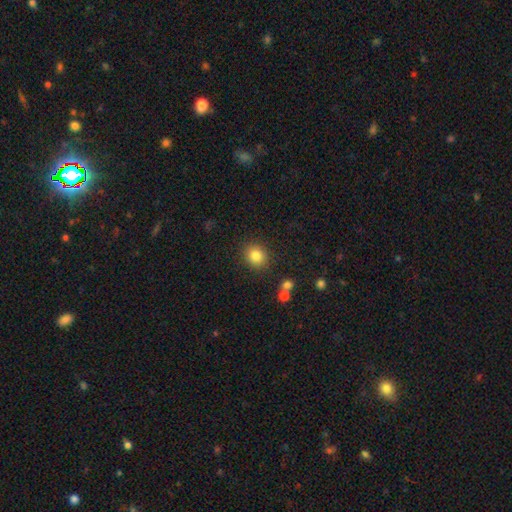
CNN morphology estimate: Smooth or featured: smooth — 84% (star or artifact — 10%)
How rounded: round — 75% (in between — 24%)
Merging: none — 87% (minor disturbance — 8%)